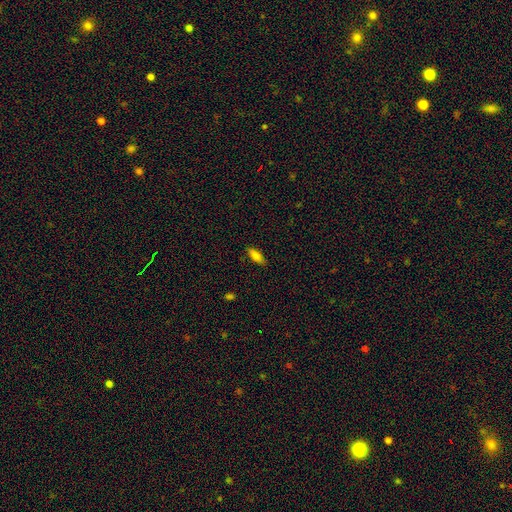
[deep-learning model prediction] The model was most divided on "how rounded": in between: 70%, cigar-shaped: 27%, round: 3%. More confident: merging — none (86%); smooth or featured — smooth (78%).